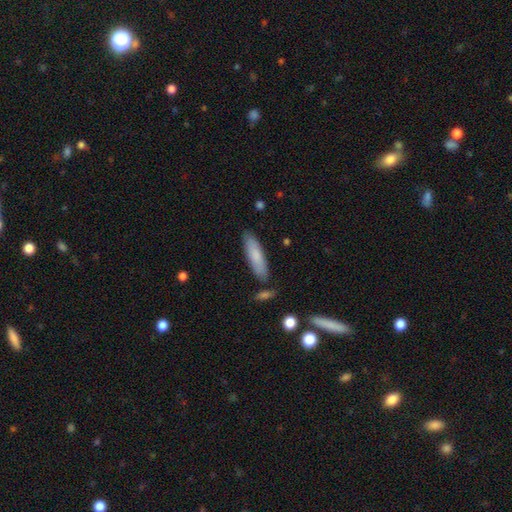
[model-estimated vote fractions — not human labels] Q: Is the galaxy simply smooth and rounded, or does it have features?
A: smooth — 80%.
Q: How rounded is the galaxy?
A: cigar-shaped — 65%.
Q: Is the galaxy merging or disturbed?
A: none — 80%.